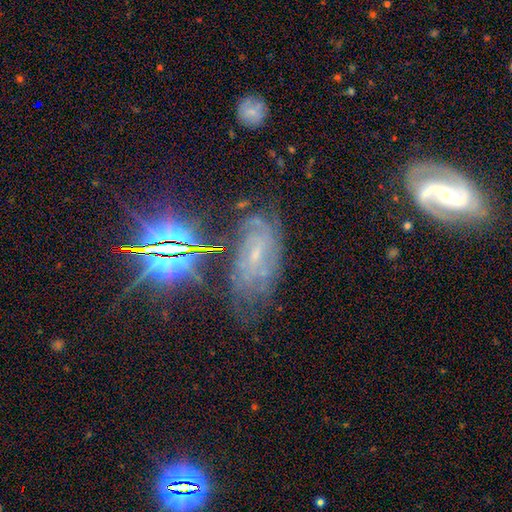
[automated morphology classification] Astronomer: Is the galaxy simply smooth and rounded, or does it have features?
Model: featured or disk — 64%.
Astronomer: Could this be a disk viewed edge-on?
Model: no — 91%.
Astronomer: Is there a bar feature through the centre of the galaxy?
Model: weak — 43% (runner-up: no, 42%).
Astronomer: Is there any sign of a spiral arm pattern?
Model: yes — 92%.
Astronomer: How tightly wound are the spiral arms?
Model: tight — 63%.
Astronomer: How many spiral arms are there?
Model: can't tell — 45% (runner-up: 2, 23%).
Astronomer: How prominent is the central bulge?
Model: small — 75%.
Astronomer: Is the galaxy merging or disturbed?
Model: none — 65%.